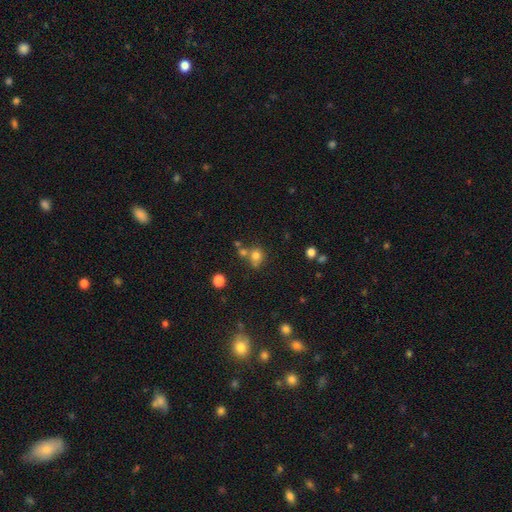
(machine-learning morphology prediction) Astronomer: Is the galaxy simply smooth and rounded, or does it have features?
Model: smooth — 75%.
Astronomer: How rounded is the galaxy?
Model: round — 79%.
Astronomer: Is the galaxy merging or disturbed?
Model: none — 54%.